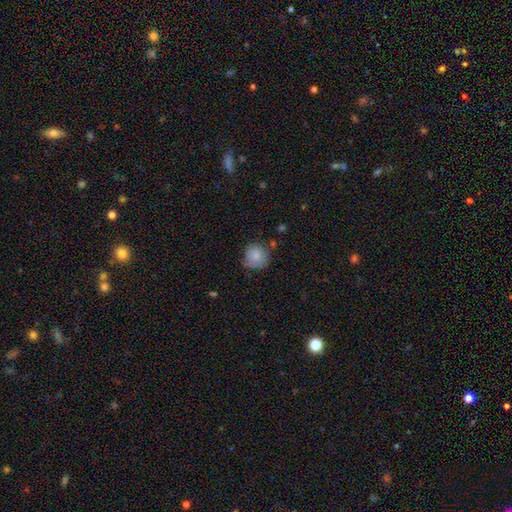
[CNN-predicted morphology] A smooth galaxy with no disk features (80%) that is round (88%). Merging: none (65%).